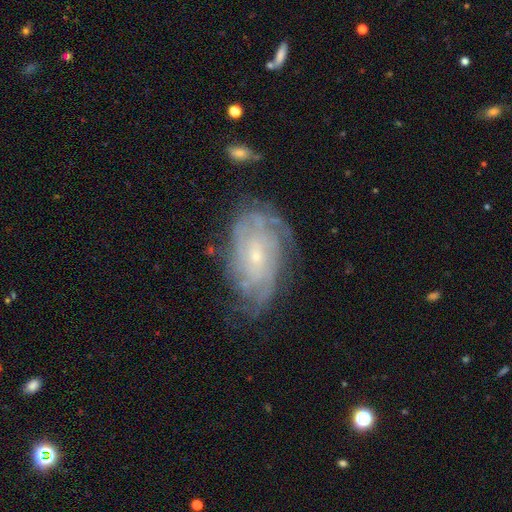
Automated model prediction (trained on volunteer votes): A featured or disk galaxy (79%) with no bar (69%), tight (68%) spiral arms (90%) and a small central bulge (78%). Merging: none (68%).